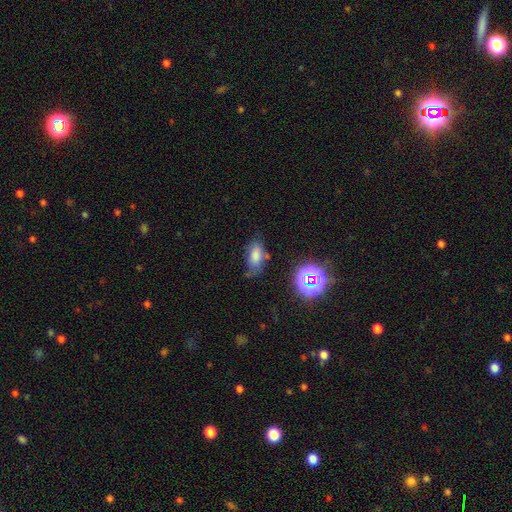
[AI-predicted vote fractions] Overall: smooth (70%). How rounded: in between (87%). Merging: none (55%; minor disturbance 29%).